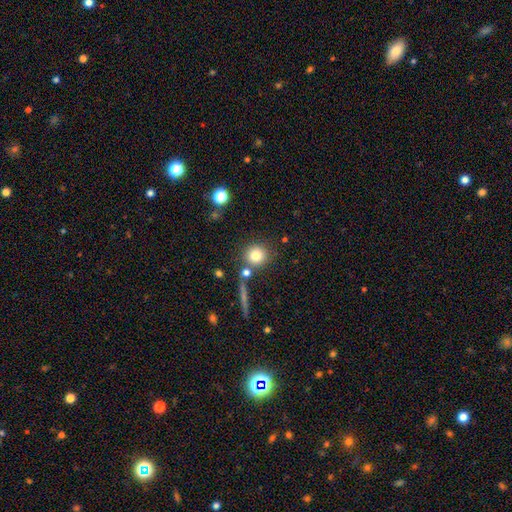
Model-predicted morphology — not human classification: smooth_or_featured: smooth (p=0.80) [alt: star or artifact p=0.11]
how_rounded: round (p=0.91) [alt: in between p=0.08]
merging: none (p=0.75) [alt: merger p=0.12]